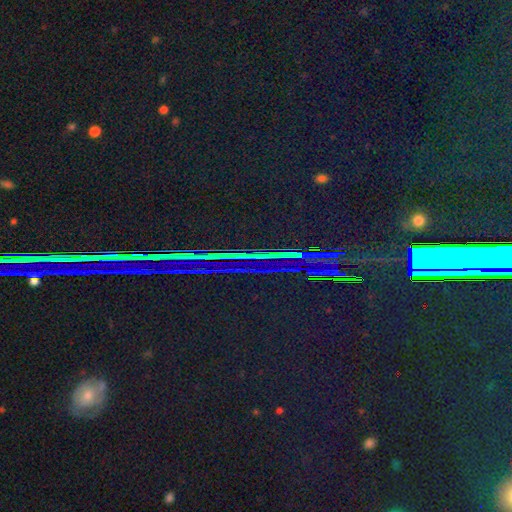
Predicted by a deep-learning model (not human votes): smooth_or_featured: star or artifact (p=0.86) [alt: smooth p=0.08]